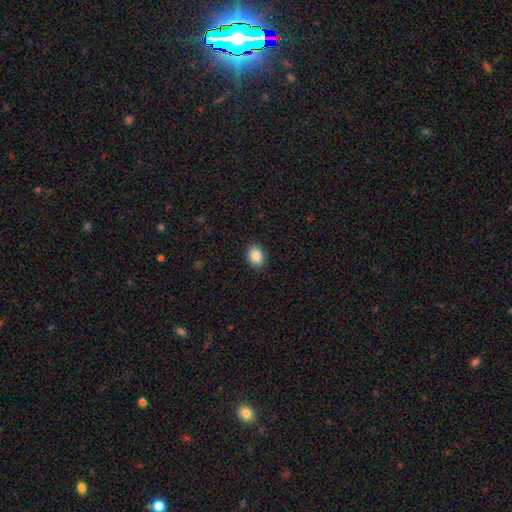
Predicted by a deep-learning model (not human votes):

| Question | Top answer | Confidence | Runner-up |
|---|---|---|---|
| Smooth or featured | smooth | 88% | star or artifact (8%) |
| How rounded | in between | 68% | round (31%) |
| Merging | none | 89% | minor disturbance (8%) |